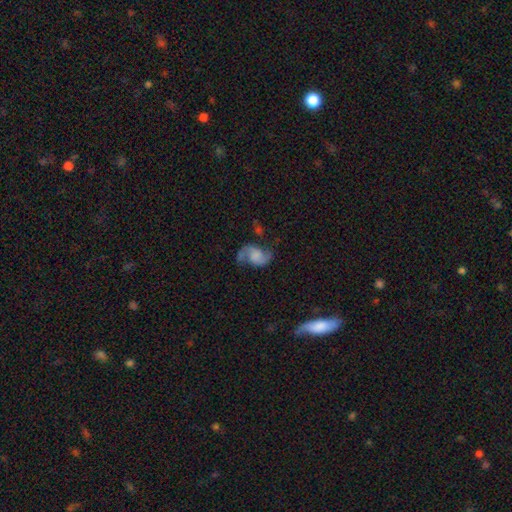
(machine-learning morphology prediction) smooth-or-featured: featured or disk: 80% | smooth: 13% | star or artifact: 7%
  disk-edge-on: no: 98% | yes: 2%
    bar: no: 58% | weak: 33% | strong: 8%
    has-spiral-arms: yes: 95% | no: 5%
      spiral-winding: loose: 57% | medium: 35% | tight: 8%
      spiral-arm-count: 2: 92% | 1: 3% | can't tell: 2% | 3: 1% | 4: 1% | more than 4: 1%
    bulge-size: none: 47% | large: 18% | moderate: 16% | small: 15% | dominant: 5%
  merging: none: 62% | minor disturbance: 20% | major disturbance: 13% | merger: 5%